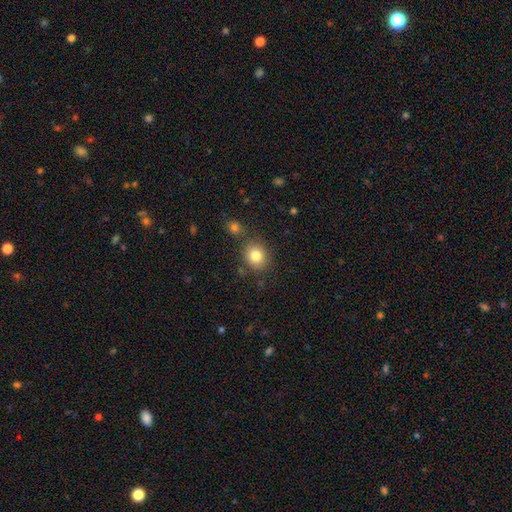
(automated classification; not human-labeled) Smooth or featured? Predicted: smooth (p=0.81). How rounded? Predicted: round (p=0.76). Merging? Predicted: none (p=0.78).